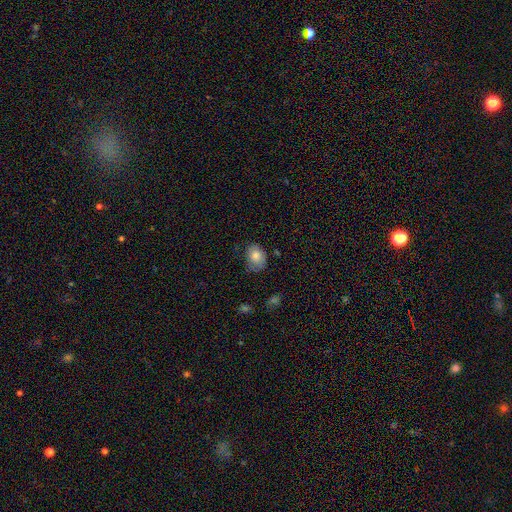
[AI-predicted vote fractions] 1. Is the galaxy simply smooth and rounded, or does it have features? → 80% smooth, 12% featured or disk, 8% star or artifact.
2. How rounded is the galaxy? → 61% in between, 38% round, 1% cigar-shaped.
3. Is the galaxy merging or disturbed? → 65% none, 27% minor disturbance, 6% major disturbance, 2% merger.